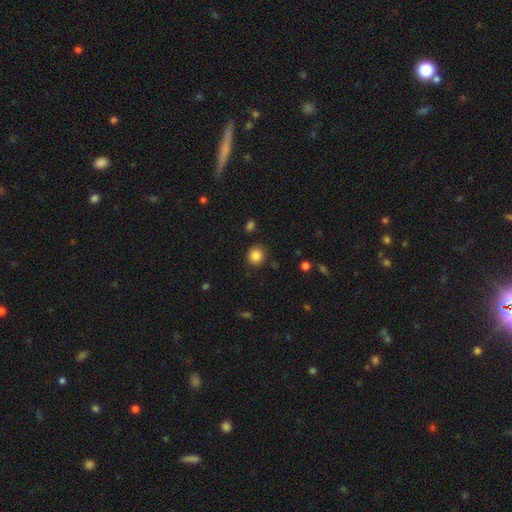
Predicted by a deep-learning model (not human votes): smooth-or-featured: smooth: 85% | star or artifact: 10% | featured or disk: 5%
  how-rounded: round: 85% | in between: 14% | cigar-shaped: 1%
  merging: none: 87% | minor disturbance: 9% | major disturbance: 2% | merger: 2%